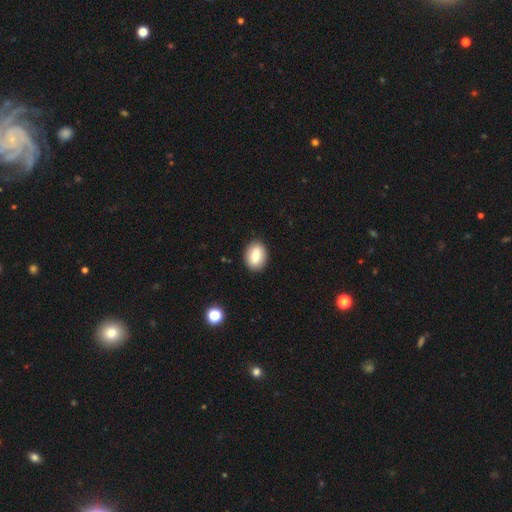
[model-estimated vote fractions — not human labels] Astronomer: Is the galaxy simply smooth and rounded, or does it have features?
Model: smooth — 77%.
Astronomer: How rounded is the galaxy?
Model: in between — 77%.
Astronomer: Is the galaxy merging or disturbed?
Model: none — 88%.